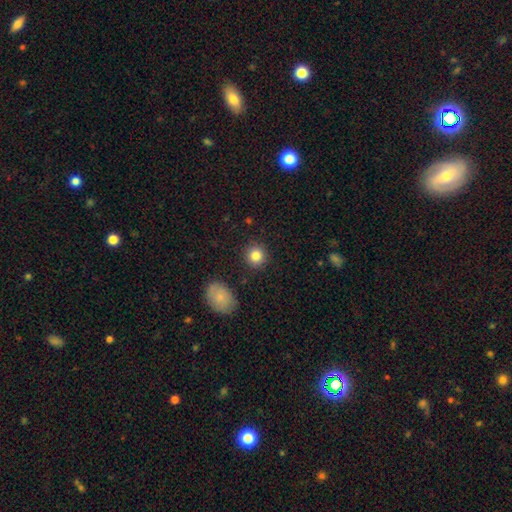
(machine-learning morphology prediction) smooth-or-featured: smooth: 84% | star or artifact: 10% | featured or disk: 6%
  how-rounded: round: 89% | in between: 10% | cigar-shaped: 1%
  merging: none: 88% | minor disturbance: 7% | major disturbance: 2% | merger: 2%